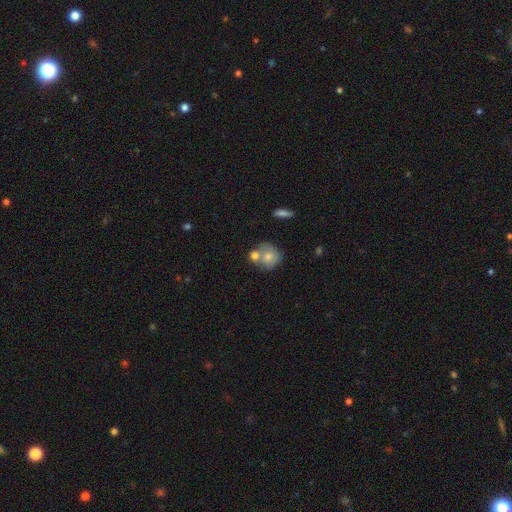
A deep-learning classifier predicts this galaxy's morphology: A smooth galaxy with no disk features (70%) that is round (79%).

Vote fractions:
- Smooth or featured? smooth: 70% / featured or disk: 21% / star or artifact: 8%
- How rounded? round: 79% / in between: 19% / cigar-shaped: 1%
- Merging? merger: 46% / none: 38% / minor disturbance: 11% / major disturbance: 4%